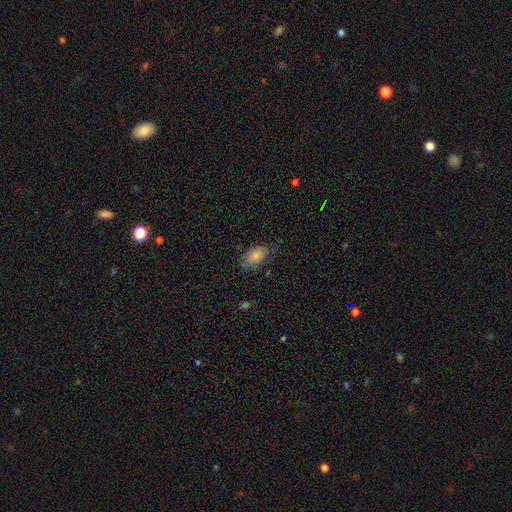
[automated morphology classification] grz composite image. It shows a smooth galaxy with no disk features (82%) that is in between round and cigar-shaped (93%). Merging: none (66%).